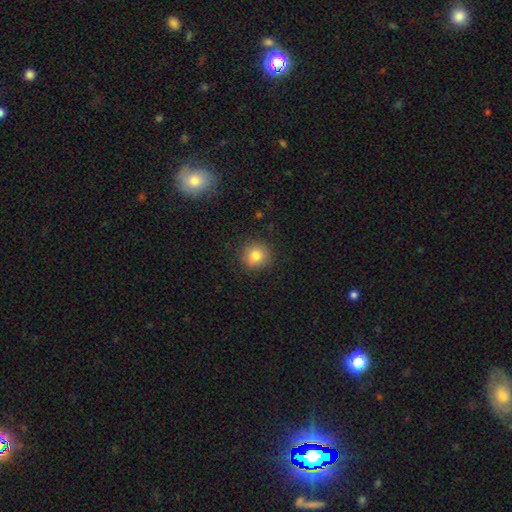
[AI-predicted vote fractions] A smooth galaxy with no disk features (81%) that is round (91%). Merging: none (90%).